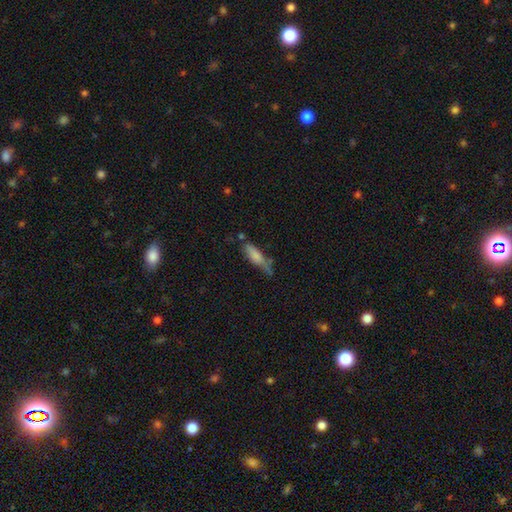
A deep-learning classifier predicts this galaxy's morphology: type=smooth (75%); roundness=cigar-shaped (61%); merging=none (46%).